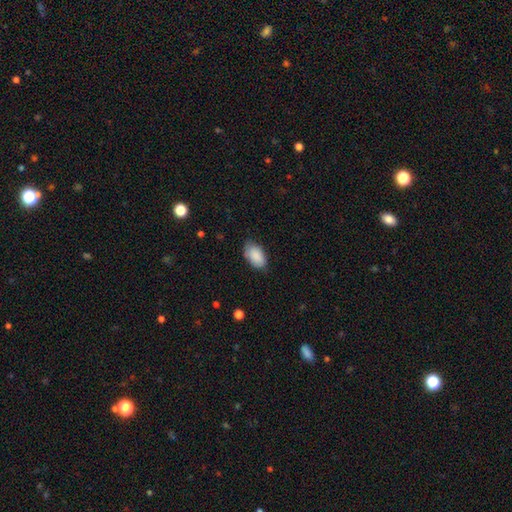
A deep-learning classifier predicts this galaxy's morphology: smooth-or-featured: smooth: 89% | star or artifact: 6% | featured or disk: 5%
  how-rounded: in between: 94% | round: 5% | cigar-shaped: 2%
  merging: none: 75% | minor disturbance: 21% | major disturbance: 4% | merger: 1%